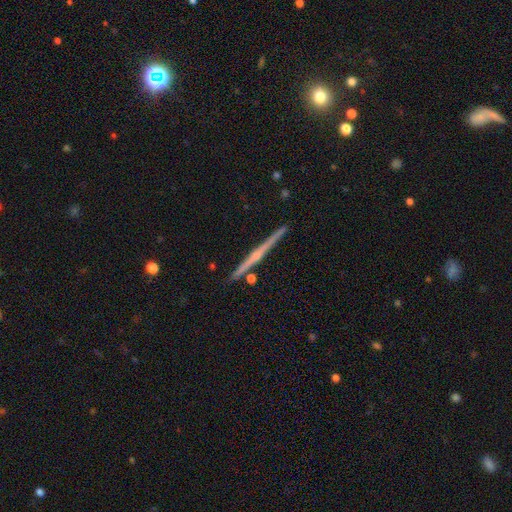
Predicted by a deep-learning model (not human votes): Smooth or featured: featured or disk — 81% (smooth — 13%)
Edge-on disk: yes — 99% (no — 1%)
Edge-on bulge: rounded — 68% (none — 26%)
Merging: none — 90% (minor disturbance — 6%)